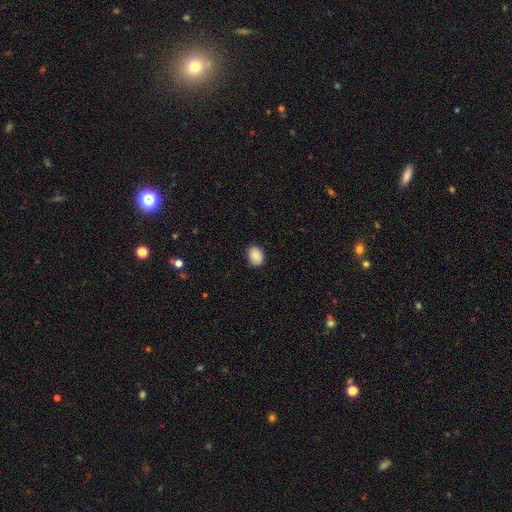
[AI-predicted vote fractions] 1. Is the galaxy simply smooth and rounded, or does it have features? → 89% smooth, 7% star or artifact, 4% featured or disk.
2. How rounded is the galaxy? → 73% in between, 26% round, 1% cigar-shaped.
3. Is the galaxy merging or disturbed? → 86% none, 11% minor disturbance, 2% major disturbance, 1% merger.